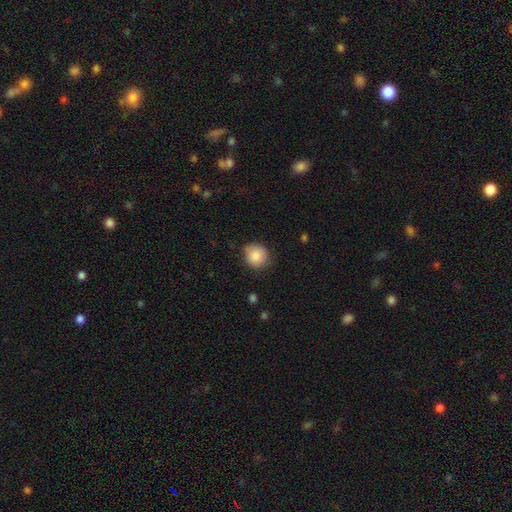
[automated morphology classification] smooth-or-featured: smooth: 86% | star or artifact: 8% | featured or disk: 6%
  how-rounded: round: 87% | in between: 12% | cigar-shaped: 1%
  merging: none: 75% | minor disturbance: 20% | major disturbance: 4% | merger: 1%